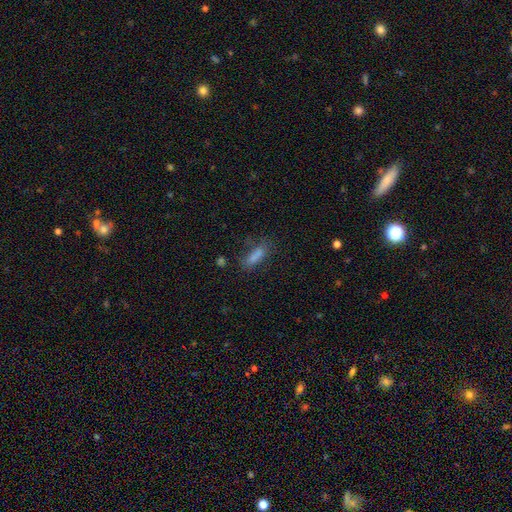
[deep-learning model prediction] Overall: smooth (77%). How rounded: cigar-shaped (49%; in between 48%). Merging: none (59%; minor disturbance 22%).